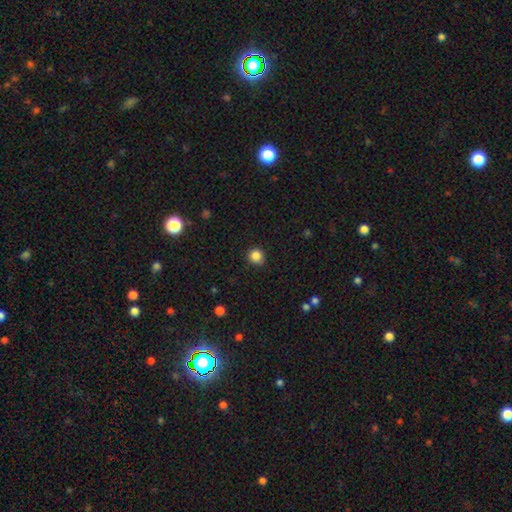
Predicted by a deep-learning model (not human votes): smooth_or_featured: smooth (p=0.85) [alt: star or artifact p=0.12]
how_rounded: round (p=0.89) [alt: in between p=0.10]
merging: none (p=0.87) [alt: minor disturbance p=0.10]